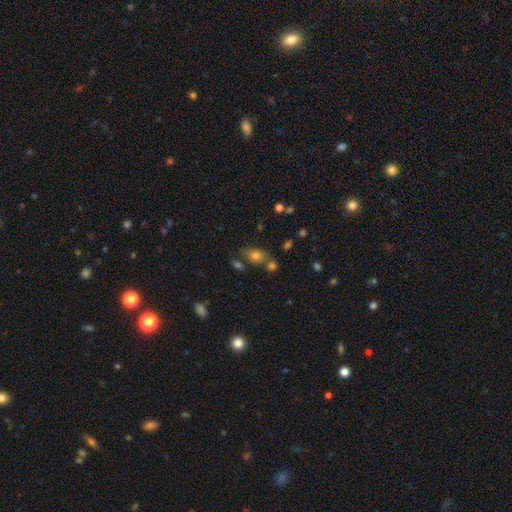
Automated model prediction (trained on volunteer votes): Morphology: type=smooth (75%); roundness=in between (72%); merging=none (60%).